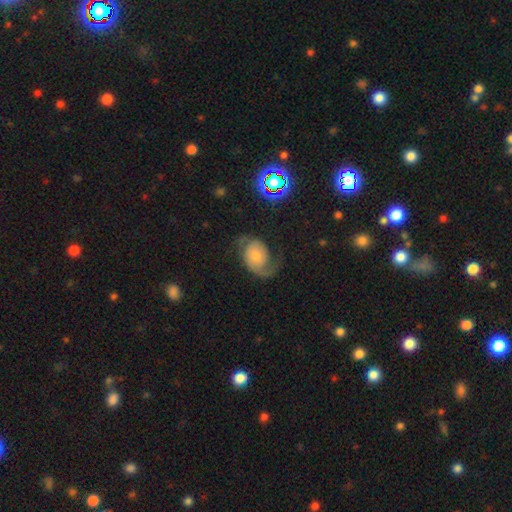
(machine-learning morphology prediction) smooth-or-featured: featured or disk: 69% | smooth: 22% | star or artifact: 9%
  disk-edge-on: no: 97% | yes: 3%
    bar: no: 74% | weak: 22% | strong: 4%
    has-spiral-arms: yes: 92% | no: 8%
      spiral-winding: loose: 42% | medium: 39% | tight: 19%
      spiral-arm-count: 2: 75% | 1: 17% | can't tell: 5% | 3: 1% | 4: 1% | more than 4: 1%
    bulge-size: small: 46% | moderate: 37% | large: 9% | none: 5% | dominant: 3%
  merging: none: 53% | major disturbance: 24% | minor disturbance: 22% | merger: 2%